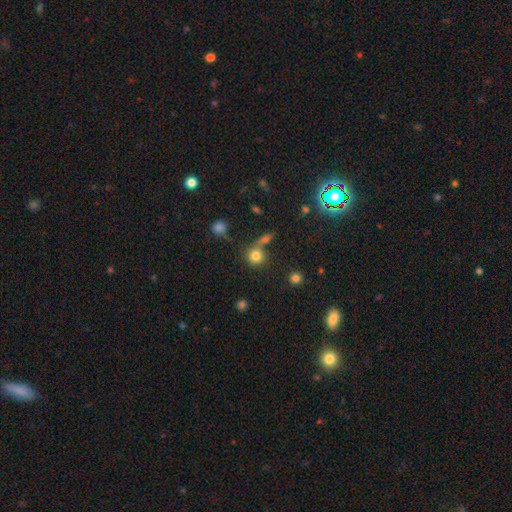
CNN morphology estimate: This appears to be a smooth galaxy with no disk features (79%) that is round (90%). Merging: none (64%).